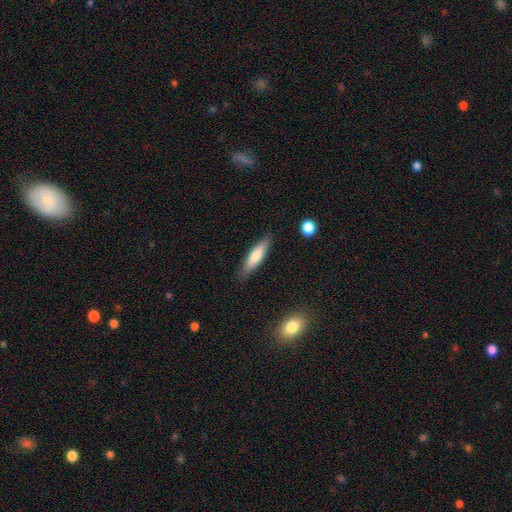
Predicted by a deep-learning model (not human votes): Q: Smooth or featured?
A: smooth (73%); runner-up: featured or disk (21%)
Q: How rounded?
A: cigar-shaped (68%); runner-up: in between (31%)
Q: Merging?
A: none (84%); runner-up: minor disturbance (12%)